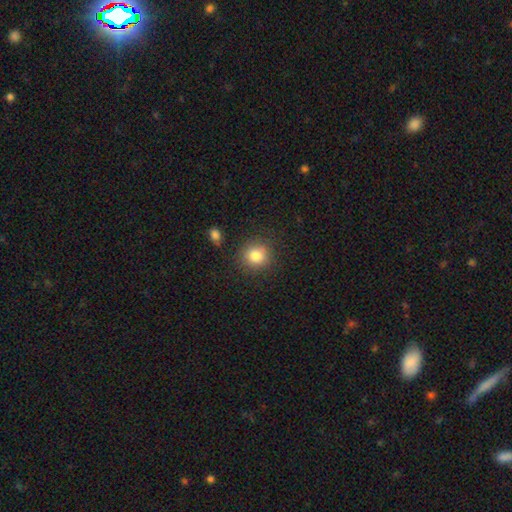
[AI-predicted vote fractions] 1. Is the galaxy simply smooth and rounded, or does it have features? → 82% smooth, 11% star or artifact, 7% featured or disk.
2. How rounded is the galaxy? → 88% round, 11% in between, 1% cigar-shaped.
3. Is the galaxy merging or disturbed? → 85% none, 9% minor disturbance, 3% major disturbance, 2% merger.